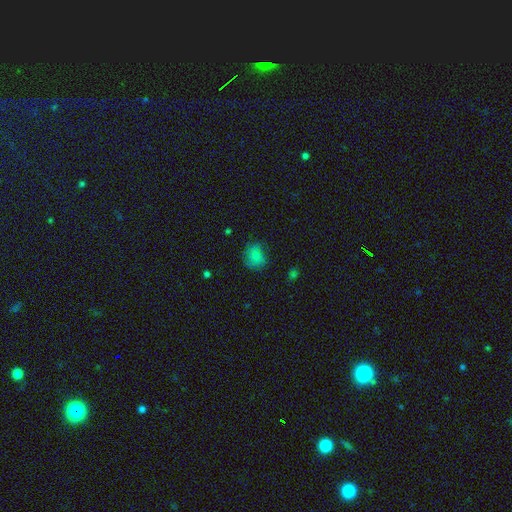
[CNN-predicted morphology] This is likely a smooth galaxy (78%). How rounded: likely round (75%). Merging: likely none (69%).